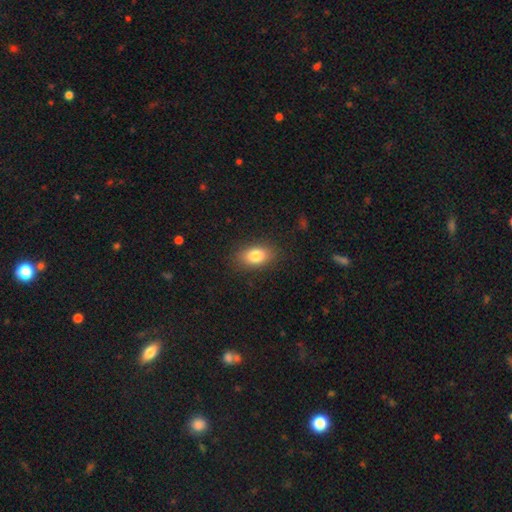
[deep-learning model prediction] Morphology: type=smooth (83%); roundness=in between (87%); merging=none (86%).